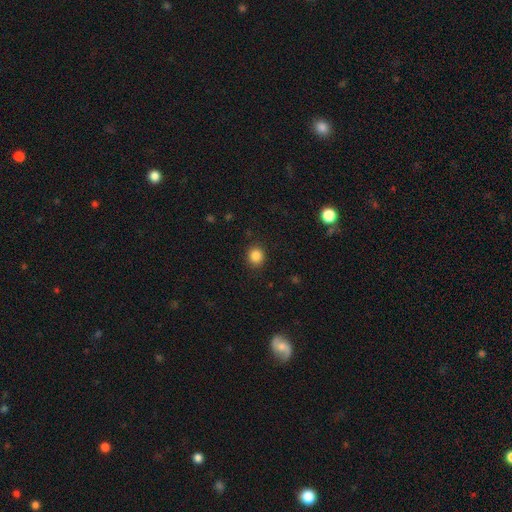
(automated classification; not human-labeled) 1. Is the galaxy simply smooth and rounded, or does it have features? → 85% smooth, 11% star or artifact, 4% featured or disk.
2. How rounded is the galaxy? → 85% round, 14% in between, 1% cigar-shaped.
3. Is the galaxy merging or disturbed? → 89% none, 7% minor disturbance, 2% major disturbance, 1% merger.